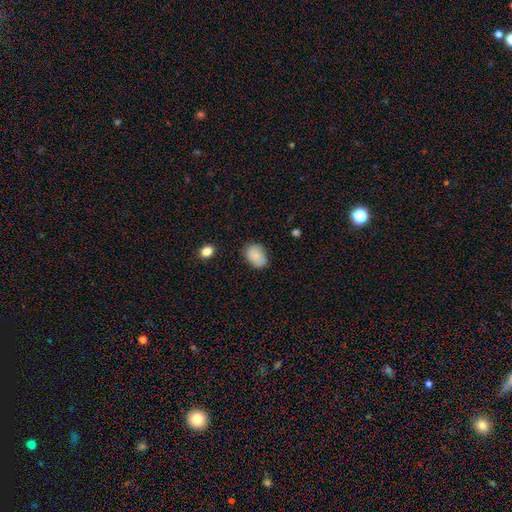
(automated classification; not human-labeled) The model was most divided on "merging": none: 73%, minor disturbance: 21%, major disturbance: 4%, merger: 2%. More confident: smooth or featured — smooth (85%); how rounded — in between (80%).